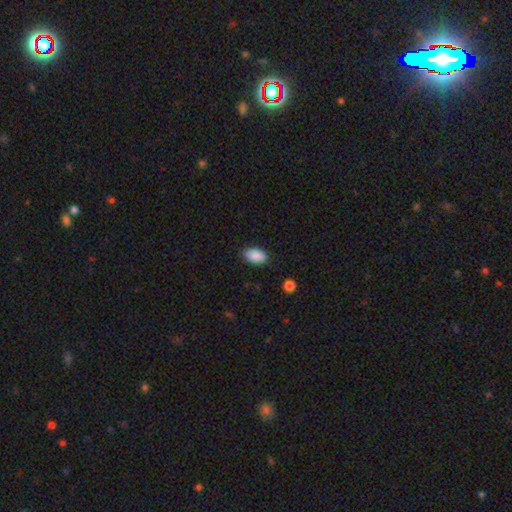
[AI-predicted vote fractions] smooth_or_featured: smooth (p=0.89) [alt: star or artifact p=0.07]
how_rounded: in between (p=0.94) [alt: round p=0.04]
merging: none (p=0.86) [alt: minor disturbance p=0.10]